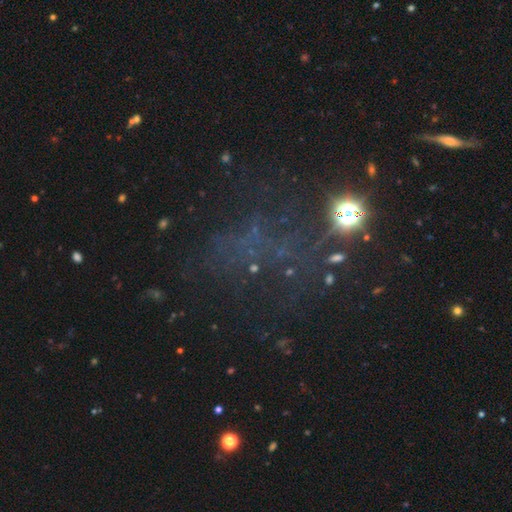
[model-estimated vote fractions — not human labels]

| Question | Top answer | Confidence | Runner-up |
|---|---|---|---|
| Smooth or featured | star or artifact | 56% | featured or disk (22%) |